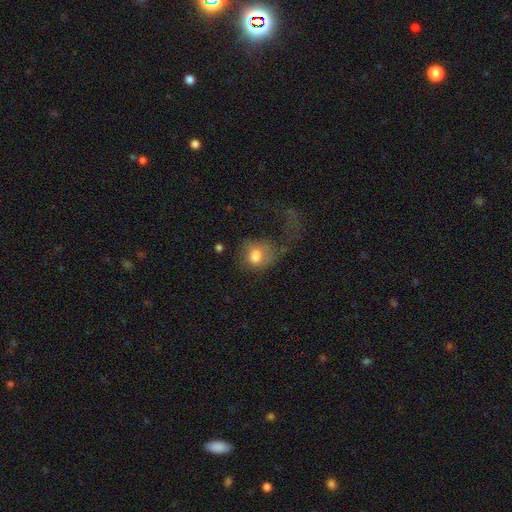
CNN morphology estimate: This appears to be a smooth galaxy with no disk features (70%) that is round (56%). Merging: major disturbance (58%).